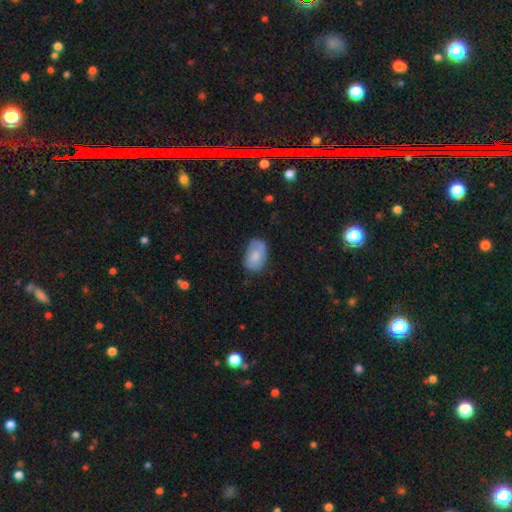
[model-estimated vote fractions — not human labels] smooth-or-featured: smooth: 72% | featured or disk: 22% | star or artifact: 7%
  how-rounded: in between: 88% | round: 11% | cigar-shaped: 1%
  merging: none: 57% | minor disturbance: 32% | major disturbance: 9% | merger: 2%